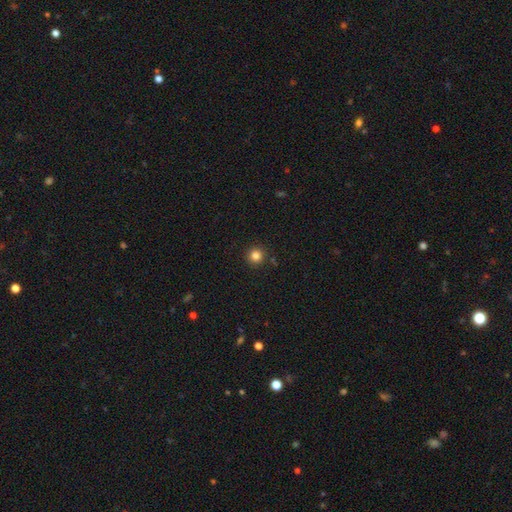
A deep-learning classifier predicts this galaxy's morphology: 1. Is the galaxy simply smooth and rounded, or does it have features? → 83% smooth, 13% star or artifact, 5% featured or disk.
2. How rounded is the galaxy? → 96% round, 4% in between, 1% cigar-shaped.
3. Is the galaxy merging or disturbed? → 92% none, 5% minor disturbance, 2% merger, 2% major disturbance.